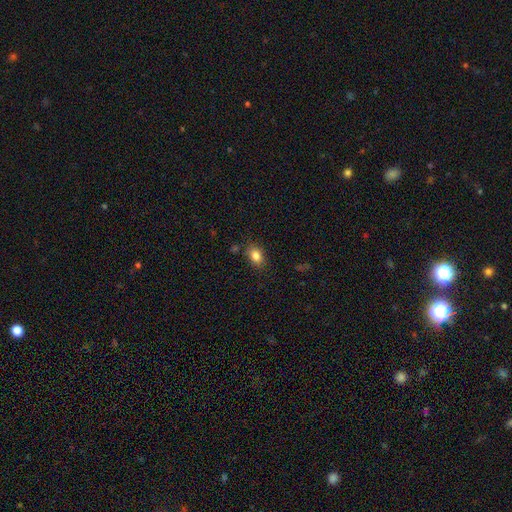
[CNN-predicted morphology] Smooth or featured? Predicted: smooth (p=0.82). How rounded? Predicted: in between (p=0.75). Merging? Predicted: none (p=0.81).